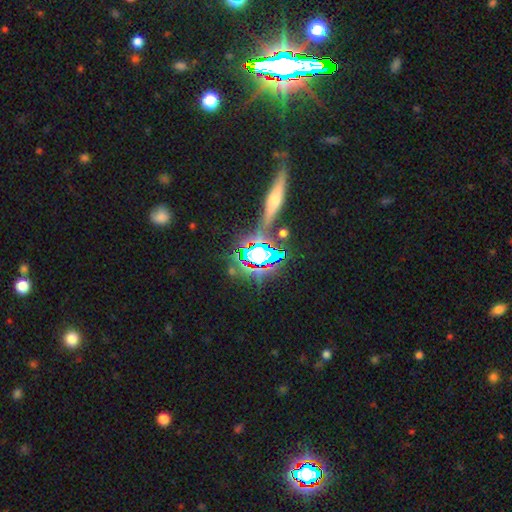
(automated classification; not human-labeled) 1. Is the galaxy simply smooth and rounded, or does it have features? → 65% star or artifact, 19% smooth, 16% featured or disk.